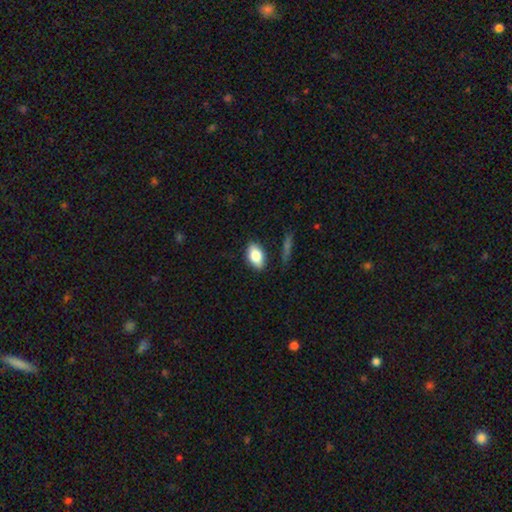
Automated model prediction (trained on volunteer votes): smooth-or-featured: smooth: 81% | featured or disk: 12% | star or artifact: 7%
  how-rounded: in between: 89% | round: 7% | cigar-shaped: 4%
  merging: none: 83% | minor disturbance: 13% | major disturbance: 3% | merger: 2%